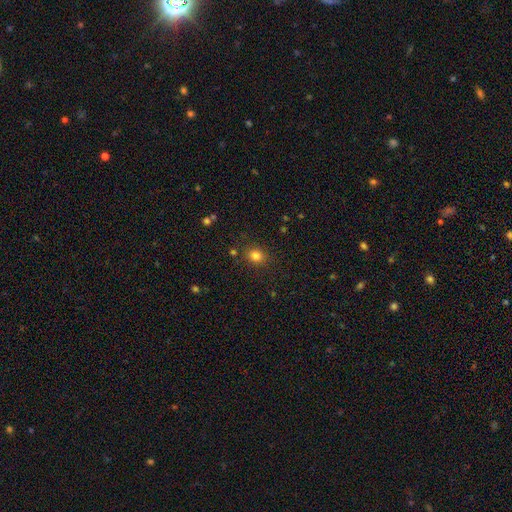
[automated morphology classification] Q: Smooth or featured?
A: smooth (82%); runner-up: star or artifact (13%)
Q: How rounded?
A: round (66%); runner-up: in between (33%)
Q: Merging?
A: none (85%); runner-up: minor disturbance (9%)